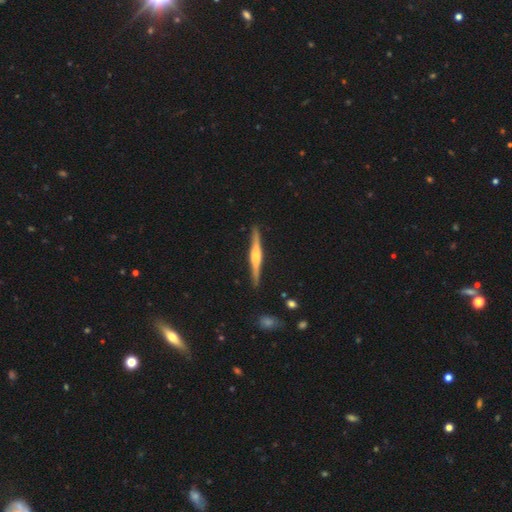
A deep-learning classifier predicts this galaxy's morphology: This is likely a featured or disk galaxy (79%). It is clearly viewed edge-on (98%). Edge-on bulge: clearly rounded (87%). Merging: clearly none (90%).